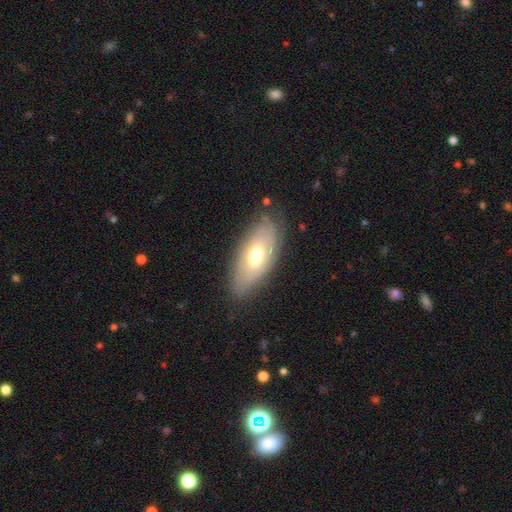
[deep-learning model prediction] smooth-or-featured: smooth: 47% | featured or disk: 46% | star or artifact: 7%
  merging: none: 78% | minor disturbance: 16% | major disturbance: 4% | merger: 1%